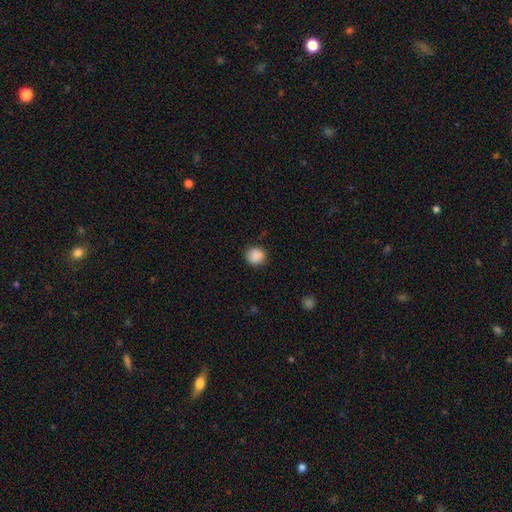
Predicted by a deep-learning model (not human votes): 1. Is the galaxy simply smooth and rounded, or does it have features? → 89% smooth, 9% star or artifact, 3% featured or disk.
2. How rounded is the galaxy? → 89% round, 10% in between, 1% cigar-shaped.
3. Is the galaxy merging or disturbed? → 87% none, 9% minor disturbance, 2% major disturbance, 1% merger.